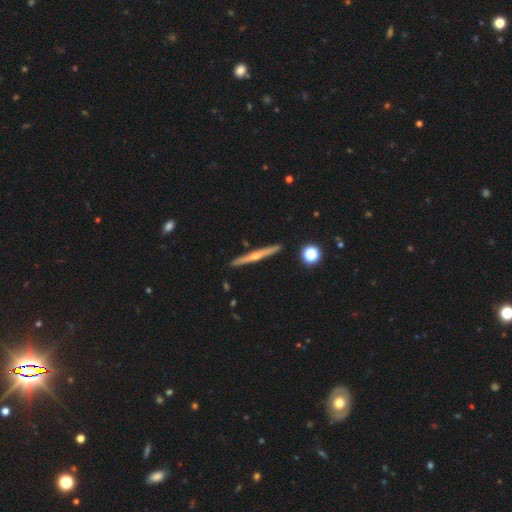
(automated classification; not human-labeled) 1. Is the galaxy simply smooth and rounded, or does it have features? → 70% featured or disk, 23% smooth, 6% star or artifact.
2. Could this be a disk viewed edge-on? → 98% yes, 2% no.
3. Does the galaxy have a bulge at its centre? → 79% rounded, 18% none, 3% boxy.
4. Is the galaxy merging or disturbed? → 91% none, 6% minor disturbance, 1% merger, 1% major disturbance.